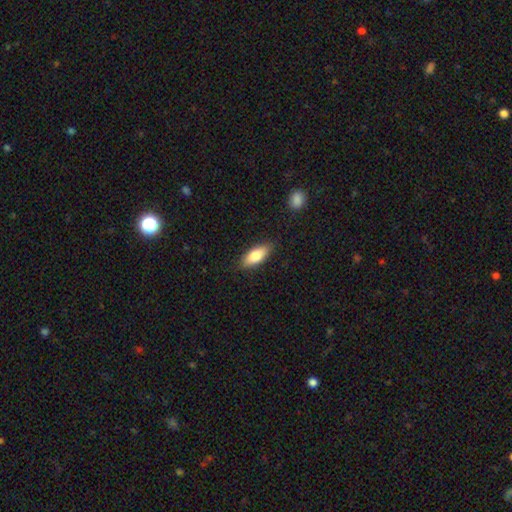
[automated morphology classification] Smooth or featured?
  - smooth: 77% *
  - featured or disk: 17%
  - star or artifact: 6%
How rounded?
  - in between: 77% *
  - cigar-shaped: 20%
  - round: 2%
Merging?
  - none: 85% *
  - minor disturbance: 11%
  - major disturbance: 2%
  - merger: 1%